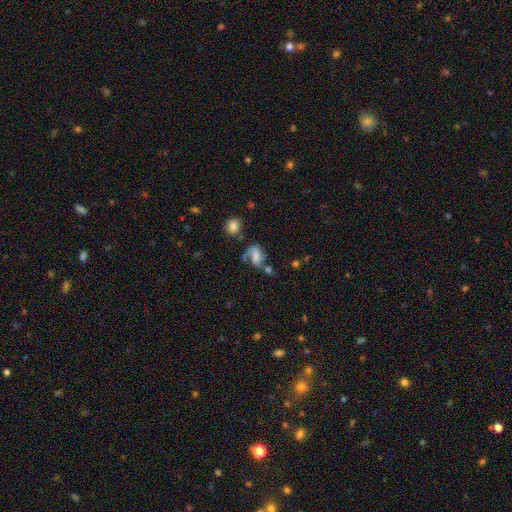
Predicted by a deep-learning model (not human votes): Smooth or featured: featured or disk — 53% (smooth — 35%)
Edge-on disk: no — 96% (yes — 4%)
Bar: weak — 38% (no — 33%)
Spiral arms: yes — 81% (no — 19%)
Bulge size: none — 35% (small — 24%)
Merging: none — 39% (major disturbance — 25%)